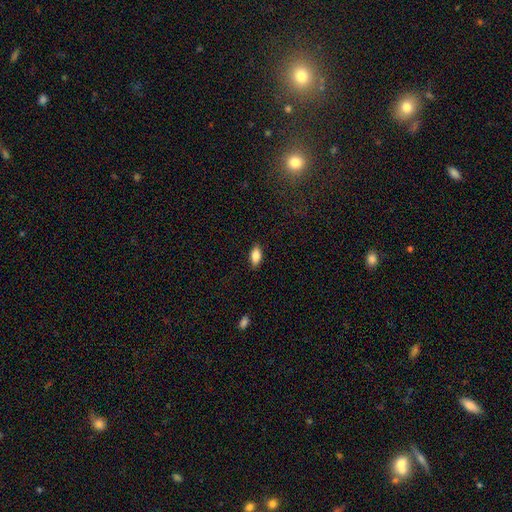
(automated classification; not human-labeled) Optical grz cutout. It shows a smooth galaxy with no disk features (83%) that is in between round and cigar-shaped (86%). Merging: none (86%).